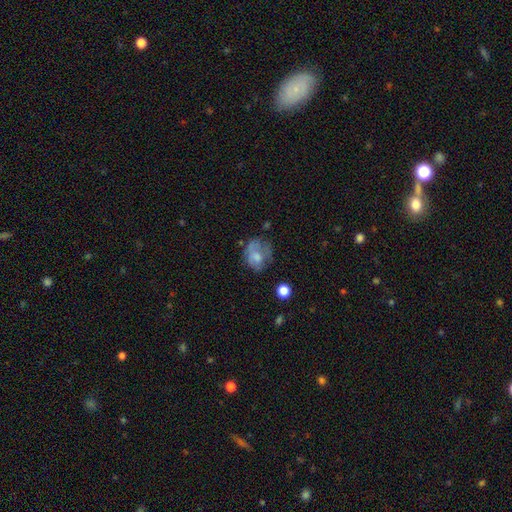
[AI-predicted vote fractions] This is possibly a smooth galaxy (58%). How rounded: possibly round (50%). Merging: marginally none (40%).